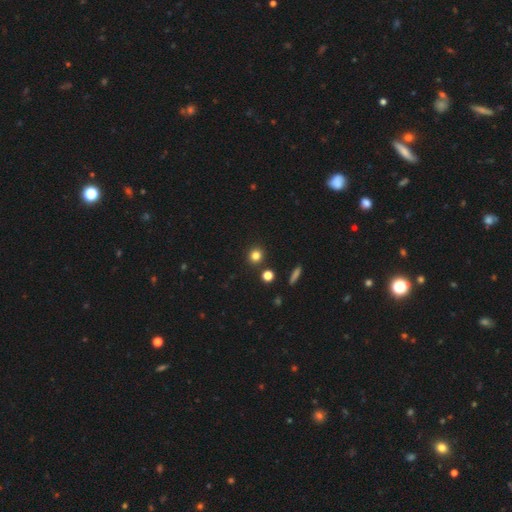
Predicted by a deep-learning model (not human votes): Smooth or featured: smooth — 81% (star or artifact — 13%)
How rounded: round — 88% (in between — 11%)
Merging: none — 87% (minor disturbance — 6%)